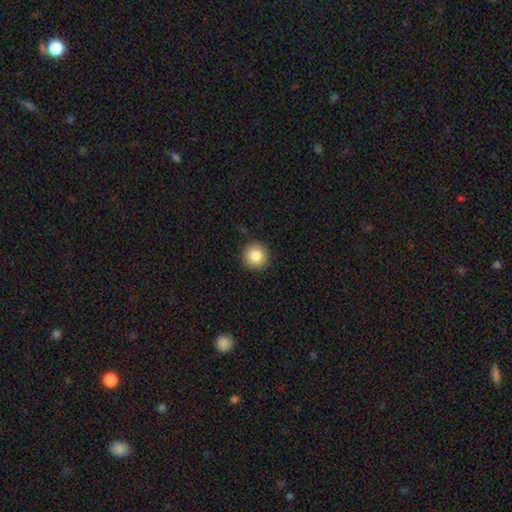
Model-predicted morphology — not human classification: type=smooth (83%); roundness=round (95%); merging=none (91%).